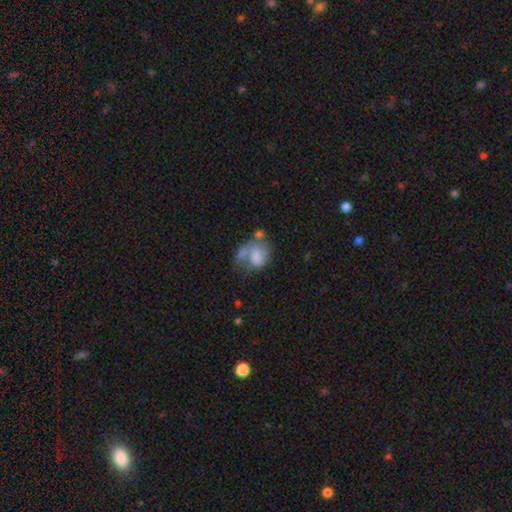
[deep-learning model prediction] Smooth or featured?
  - smooth: 56% *
  - featured or disk: 34%
  - star or artifact: 9%
How rounded?
  - in between: 64% *
  - round: 35%
  - cigar-shaped: 1%
Merging?
  - major disturbance: 29% * (tied)
  - merger: 29% * (tied)
  - none: 24%
  - minor disturbance: 18%